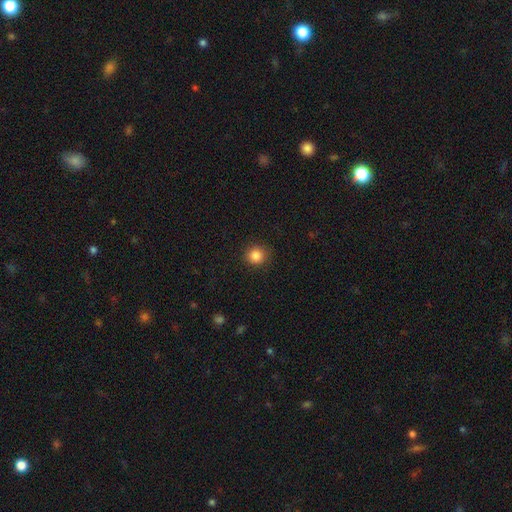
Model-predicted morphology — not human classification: This appears to be a smooth galaxy with no disk features (85%) that is round (92%). Merging: none (90%).